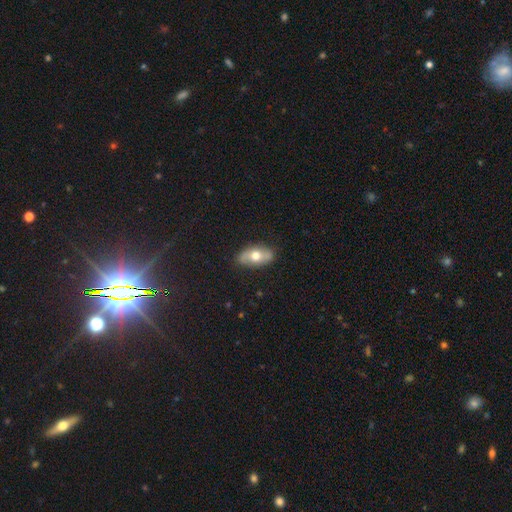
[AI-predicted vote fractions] Overall: smooth (56%; featured or disk 38%). How rounded: in between (88%). Merging: none (82%).